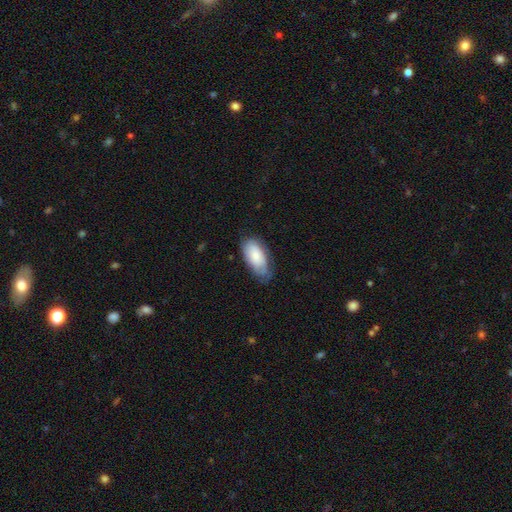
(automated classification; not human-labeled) A smooth galaxy with no disk features (70%) that is in between round and cigar-shaped (93%).

Vote fractions:
- Smooth or featured? smooth: 70% / featured or disk: 24% / star or artifact: 6%
- How rounded? in between: 93% / cigar-shaped: 5% / round: 2%
- Merging? none: 53% / minor disturbance: 35% / major disturbance: 11% / merger: 1%